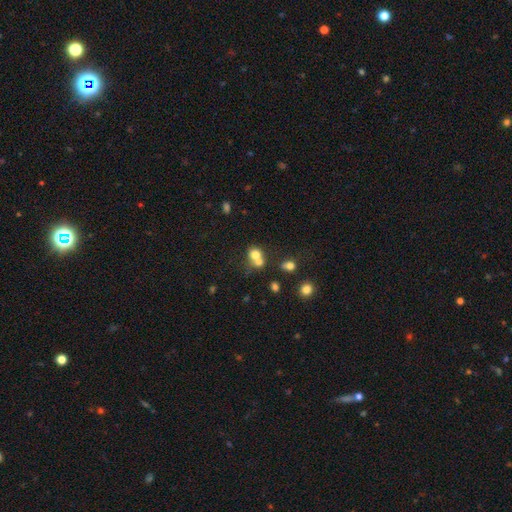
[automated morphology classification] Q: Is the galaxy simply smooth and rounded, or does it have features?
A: smooth — 72%.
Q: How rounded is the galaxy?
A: round — 71%.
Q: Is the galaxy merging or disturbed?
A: merger — 56%.